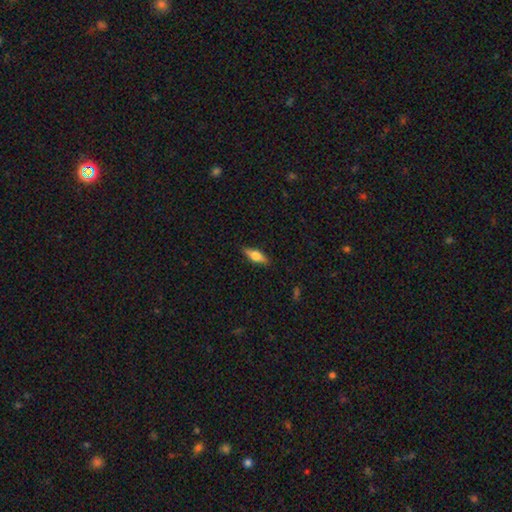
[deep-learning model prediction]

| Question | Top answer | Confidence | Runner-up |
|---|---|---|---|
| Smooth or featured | smooth | 52% | featured or disk (41%) |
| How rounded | in between | 56% | cigar-shaped (41%) |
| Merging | none | 86% | minor disturbance (10%) |